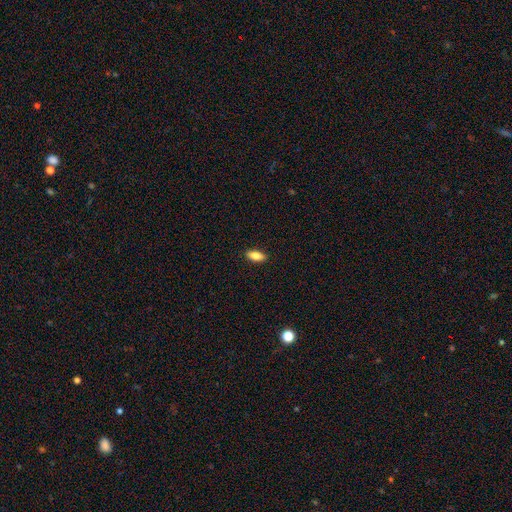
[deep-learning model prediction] smooth 82%, featured or disk 12%, star or artifact 7%. Down the decision tree: how rounded — in between (83%); merging — none (90%).